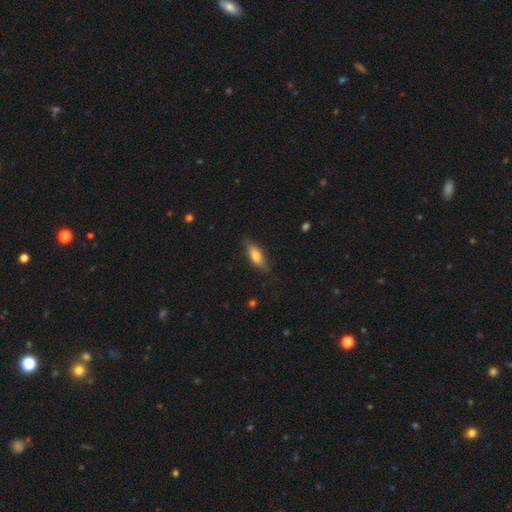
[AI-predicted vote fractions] This is likely a smooth galaxy (68%). How rounded: likely in between (63%). Merging: likely none (75%).